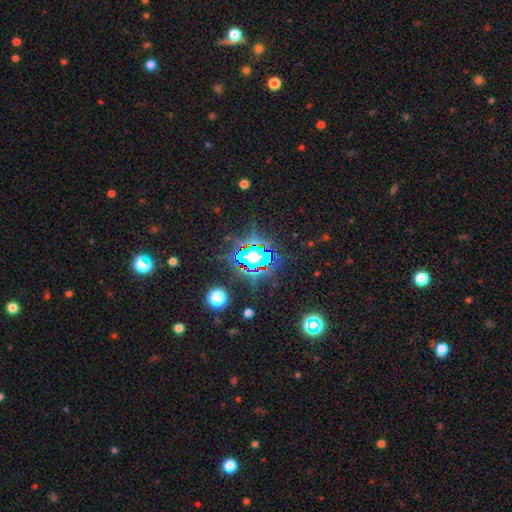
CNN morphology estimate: smooth-or-featured: star or artifact: 79% | smooth: 12% | featured or disk: 9%